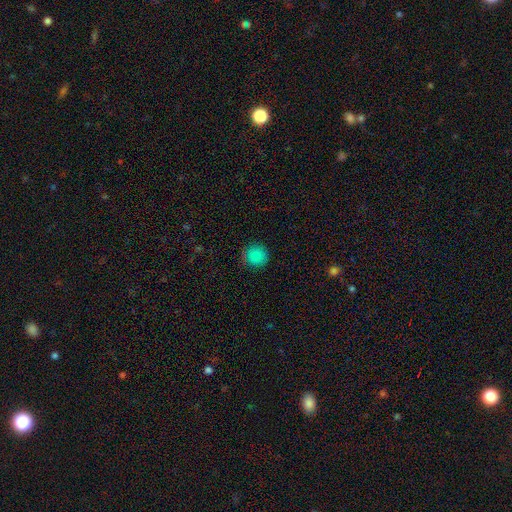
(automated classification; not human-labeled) A smooth galaxy with no disk features (84%) that is round (91%). Merging: none (79%).